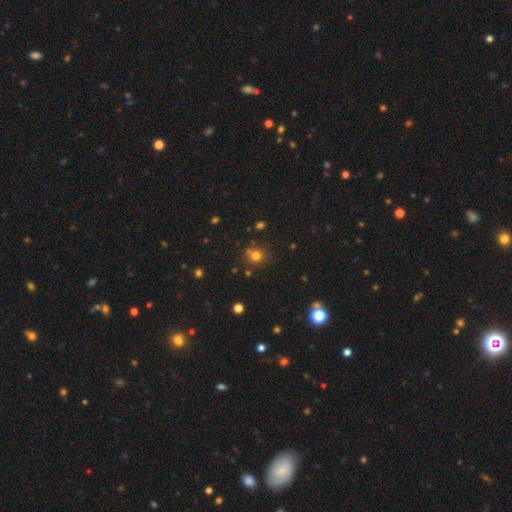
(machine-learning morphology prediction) smooth_or_featured: smooth (p=0.73) [alt: star or artifact p=0.20]
how_rounded: round (p=0.87) [alt: in between p=0.13]
merging: none (p=0.75) [alt: minor disturbance p=0.11]